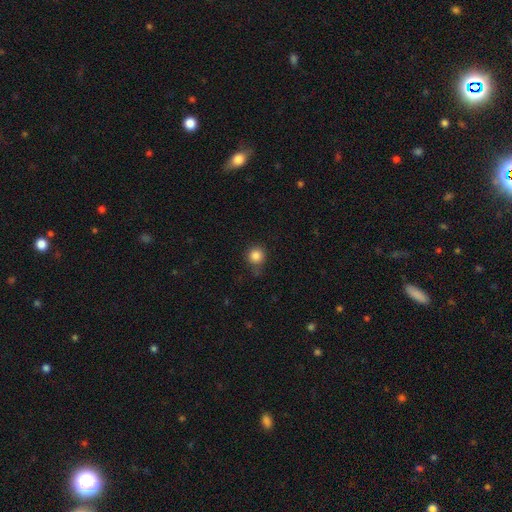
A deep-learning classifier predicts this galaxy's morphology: This is clearly a smooth galaxy (85%). How rounded: clearly round (93%). Merging: likely none (75%).